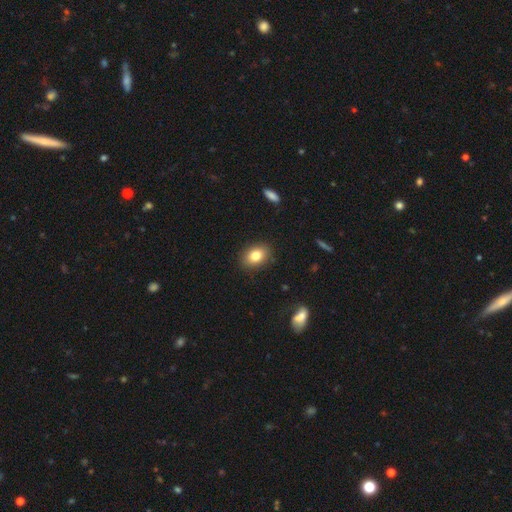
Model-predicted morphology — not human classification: smooth_or_featured: smooth (p=0.82) [alt: star or artifact p=0.09]
how_rounded: in between (p=0.73) [alt: round p=0.26]
merging: none (p=0.87) [alt: minor disturbance p=0.09]